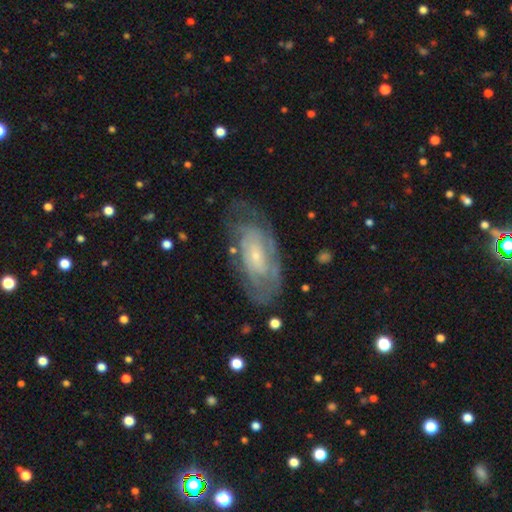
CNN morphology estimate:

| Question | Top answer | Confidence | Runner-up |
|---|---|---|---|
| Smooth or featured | featured or disk | 73% | smooth (20%) |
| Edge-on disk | no | 93% | yes (7%) |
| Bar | no | 71% | weak (23%) |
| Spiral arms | yes | 78% | no (22%) |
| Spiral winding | tight | 65% | medium (26%) |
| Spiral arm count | can't tell | 58% | 2 (21%) |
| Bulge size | small | 78% | moderate (16%) |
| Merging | none | 64% | minor disturbance (21%) |